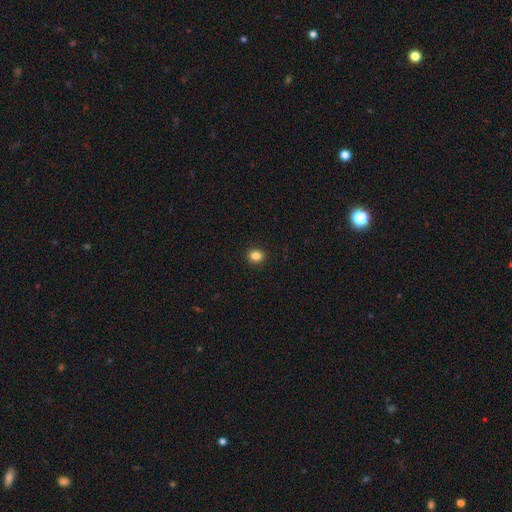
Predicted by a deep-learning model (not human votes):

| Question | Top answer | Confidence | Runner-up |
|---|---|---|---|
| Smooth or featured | smooth | 85% | star or artifact (11%) |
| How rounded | round | 69% | in between (30%) |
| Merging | none | 92% | minor disturbance (6%) |